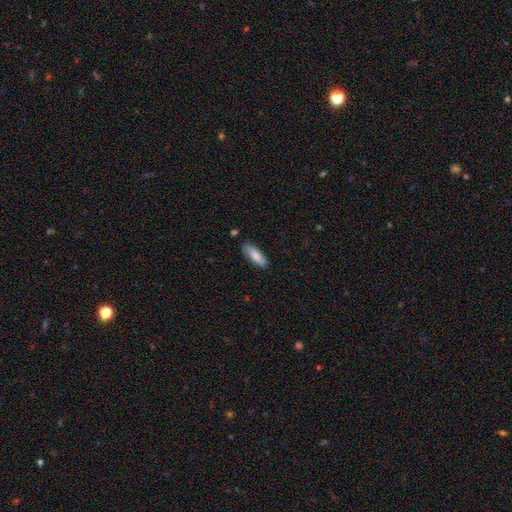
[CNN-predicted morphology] Smooth or featured? smooth (80%)
How rounded? in between (61%)
Merging? none (82%)